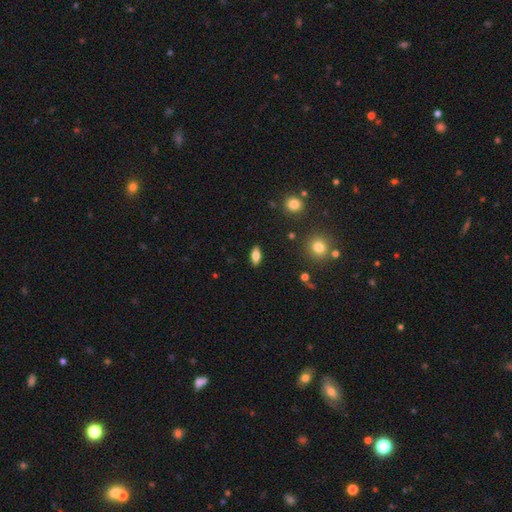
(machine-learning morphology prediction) Overall: smooth (65%; featured or disk 26%). How rounded: in between (77%). Merging: none (88%).